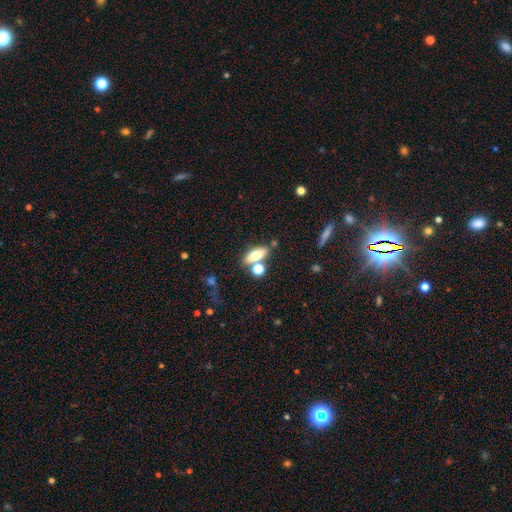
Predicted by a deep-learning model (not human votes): A smooth galaxy with no disk features (65%) that is in between round and cigar-shaped (66%). Merging: none (61%).